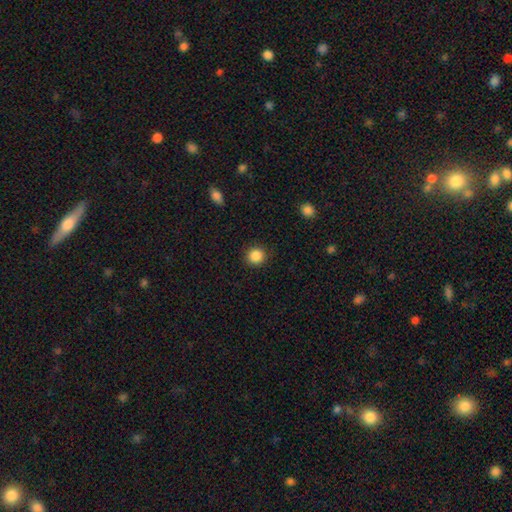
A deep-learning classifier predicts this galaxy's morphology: Overall: smooth (87%). How rounded: round (91%). Merging: none (91%).